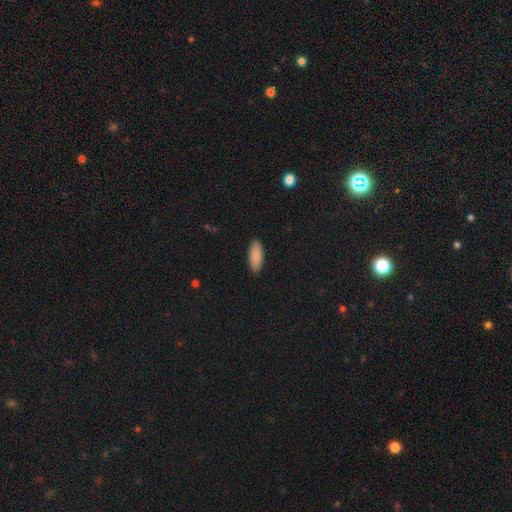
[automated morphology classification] Overall: smooth (90%). How rounded: in between (74%). Merging: none (90%).